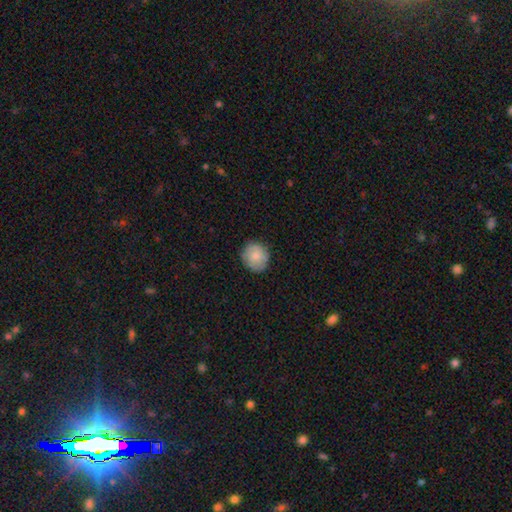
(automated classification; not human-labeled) Q: Smooth or featured?
A: smooth (75%); runner-up: featured or disk (19%)
Q: How rounded?
A: round (84%); runner-up: in between (15%)
Q: Merging?
A: none (83%); runner-up: minor disturbance (14%)